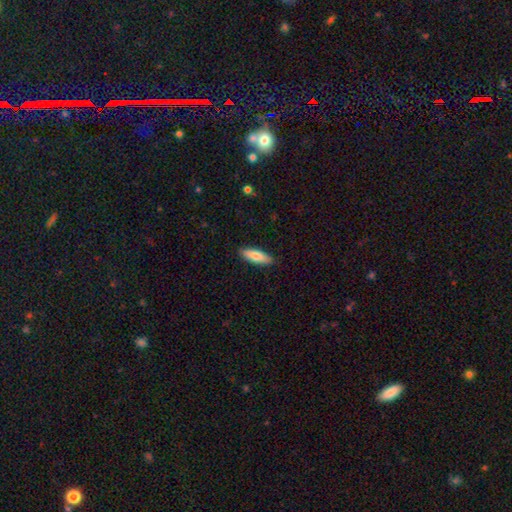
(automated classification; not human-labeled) Smooth or featured? smooth (80%)
How rounded? in between (55%)
Merging? none (89%)